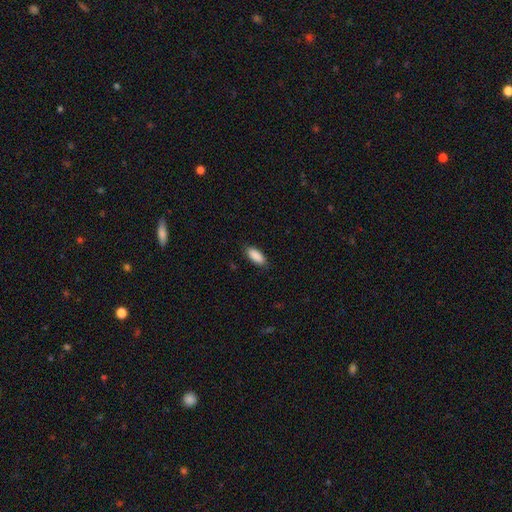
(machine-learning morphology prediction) Smooth or featured: smooth — 90% (star or artifact — 6%)
How rounded: in between — 82% (cigar-shaped — 16%)
Merging: none — 88% (minor disturbance — 10%)